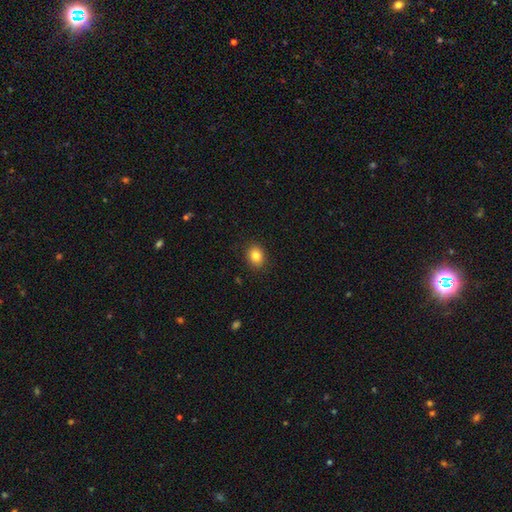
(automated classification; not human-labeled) smooth 84%, star or artifact 10%, featured or disk 6%. Down the decision tree: how rounded — round (58%); merging — none (90%).